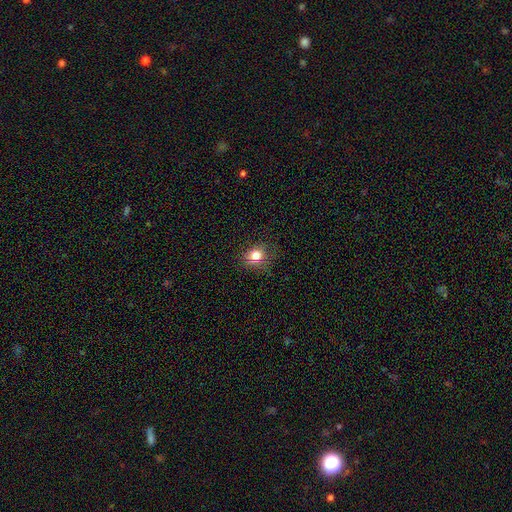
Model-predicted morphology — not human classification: smooth_or_featured: smooth (p=0.75) [alt: star or artifact p=0.17]
how_rounded: round (p=0.78) [alt: in between p=0.21]
merging: none (p=0.80) [alt: minor disturbance p=0.14]